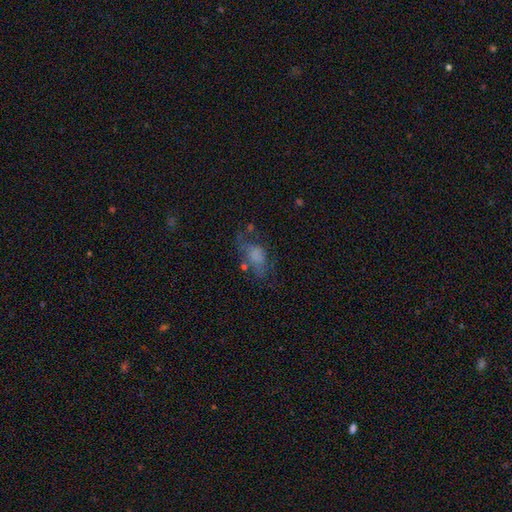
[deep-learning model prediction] This appears to be a smooth galaxy with no disk features (55%) that is in between round and cigar-shaped (83%). Merging: none (38%).